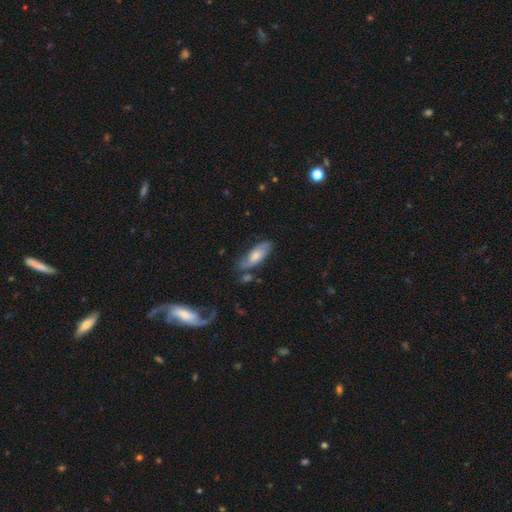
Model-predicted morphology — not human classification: Overall: smooth (55%; featured or disk 39%). How rounded: in between (72%). Merging: none (64%).